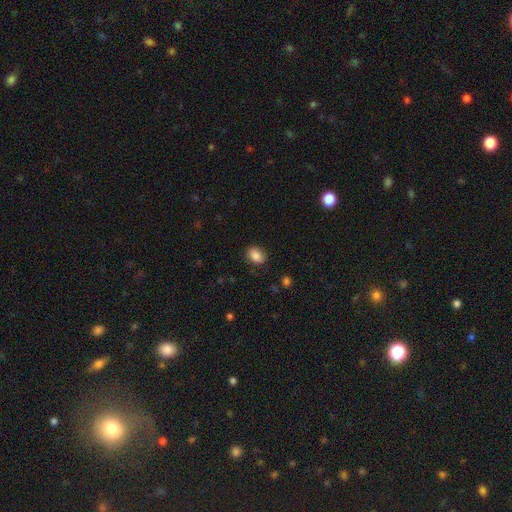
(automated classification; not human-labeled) Smooth or featured? Predicted: smooth (p=0.86). How rounded? Predicted: in between (p=0.64). Merging? Predicted: none (p=0.84).